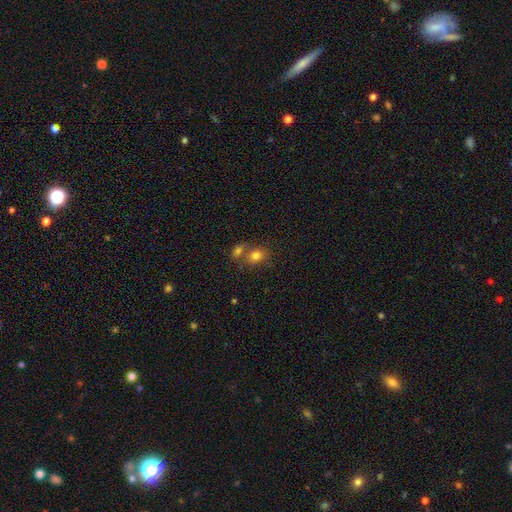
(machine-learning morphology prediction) A smooth galaxy with no disk features (79%) that is round (56%).

Vote fractions:
- Smooth or featured? smooth: 79% / star or artifact: 12% / featured or disk: 9%
- How rounded? round: 56% / in between: 43% / cigar-shaped: 1%
- Merging? none: 45% / merger: 41% / minor disturbance: 10% / major disturbance: 4%